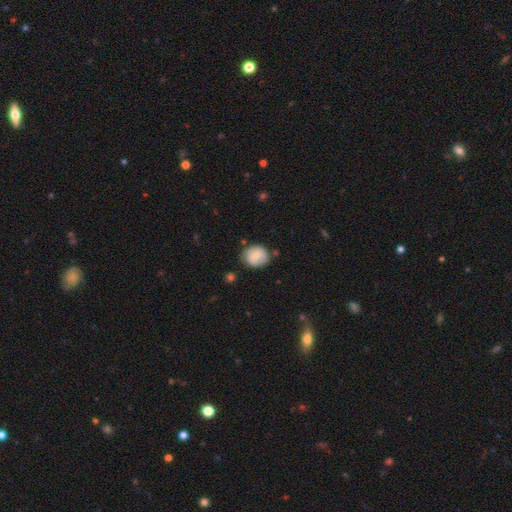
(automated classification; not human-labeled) smooth-or-featured: smooth: 68% | featured or disk: 24% | star or artifact: 8%
  how-rounded: round: 68% | in between: 31% | cigar-shaped: 1%
  merging: none: 67% | minor disturbance: 24% | major disturbance: 5% | merger: 3%